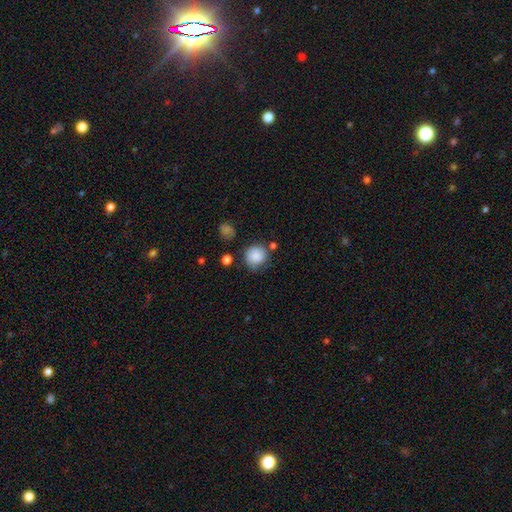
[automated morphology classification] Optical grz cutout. It shows a smooth galaxy with no disk features (83%) that is round (86%). Merging: none (65%).